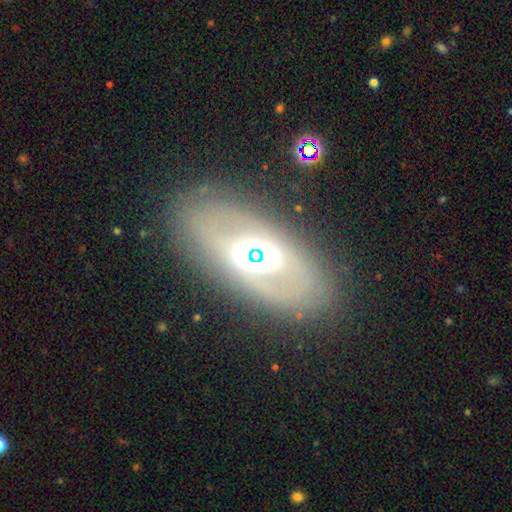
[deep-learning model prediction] Smooth or featured? Predicted: featured or disk (p=0.67). Edge-on disk? Predicted: no (p=0.76). Bar? Predicted: no (p=0.49). Spiral arms? Predicted: no (p=0.72). Bulge size? Predicted: moderate (p=0.47). Merging? Predicted: none (p=0.81).